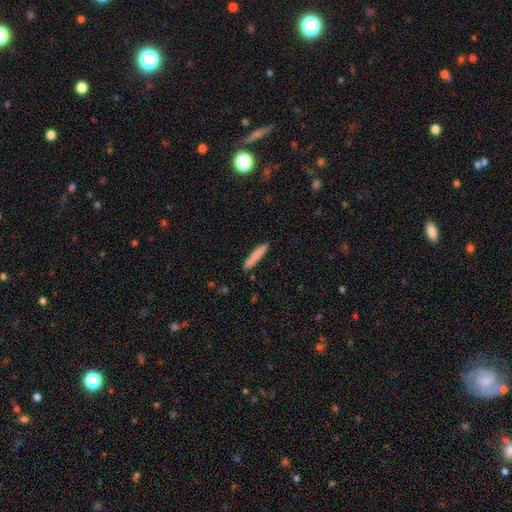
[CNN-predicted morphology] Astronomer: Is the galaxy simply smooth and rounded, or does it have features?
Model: smooth — 81%.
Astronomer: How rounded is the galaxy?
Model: cigar-shaped — 94%.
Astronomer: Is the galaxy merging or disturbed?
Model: none — 88%.